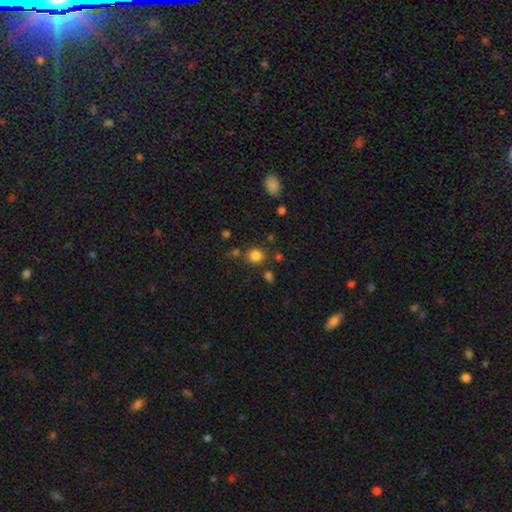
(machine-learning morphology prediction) smooth_or_featured: smooth (p=0.82) [alt: star or artifact p=0.13]
how_rounded: round (p=0.79) [alt: in between p=0.20]
merging: none (p=0.80) [alt: minor disturbance p=0.10]